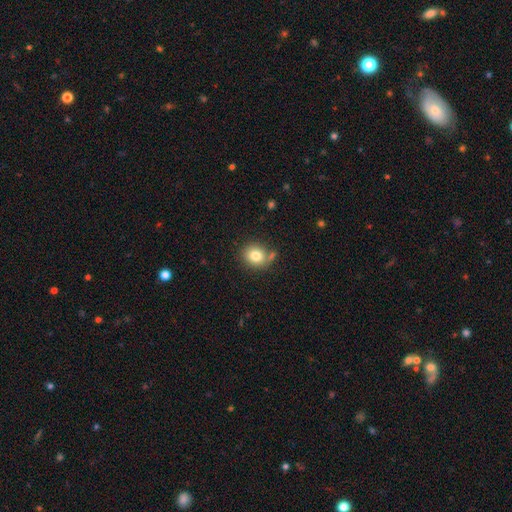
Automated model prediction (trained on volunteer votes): Smooth or featured? smooth (80%)
How rounded? round (76%)
Merging? none (69%)